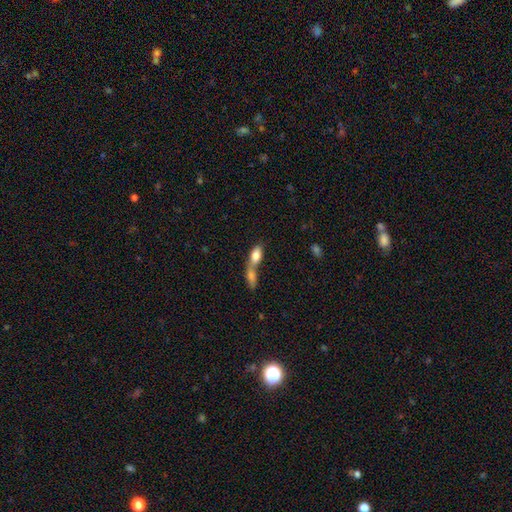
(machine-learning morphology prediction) The model was most divided on "merging": merger: 72%, none: 18%, minor disturbance: 6%, major disturbance: 4%. More confident: how rounded — in between (83%); smooth or featured — smooth (78%).